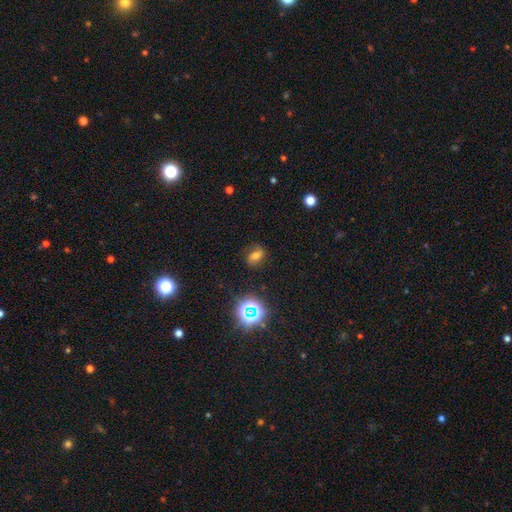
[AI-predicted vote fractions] smooth 43%, featured or disk 31%, star or artifact 26%. Down the decision tree: merging — none (75%).